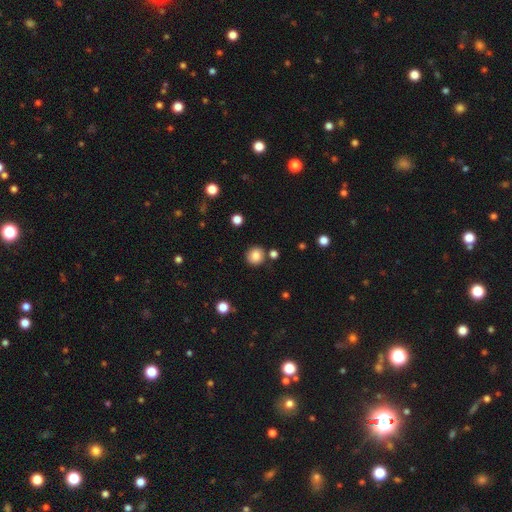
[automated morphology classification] Smooth or featured? Predicted: smooth (p=0.85). How rounded? Predicted: round (p=0.90). Merging? Predicted: none (p=0.83).